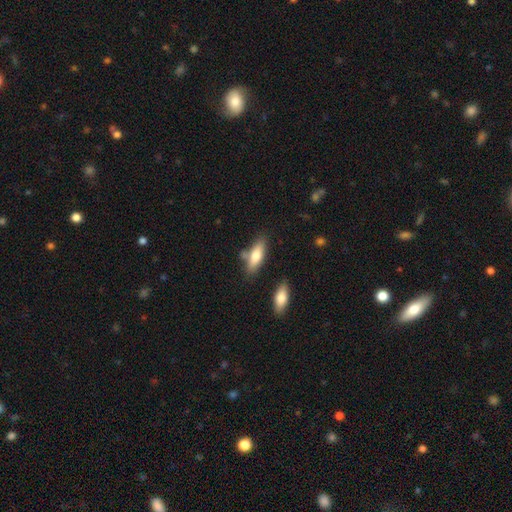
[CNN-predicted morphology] This appears to be a smooth galaxy with no disk features (71%) that is in between round and cigar-shaped (57%). Merging: none (68%).